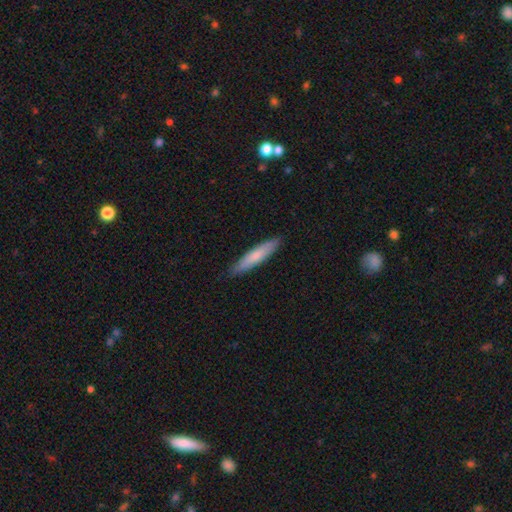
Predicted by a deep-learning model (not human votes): smooth 74%, featured or disk 21%, star or artifact 5%. Down the decision tree: how rounded — cigar-shaped (88%); merging — none (89%).